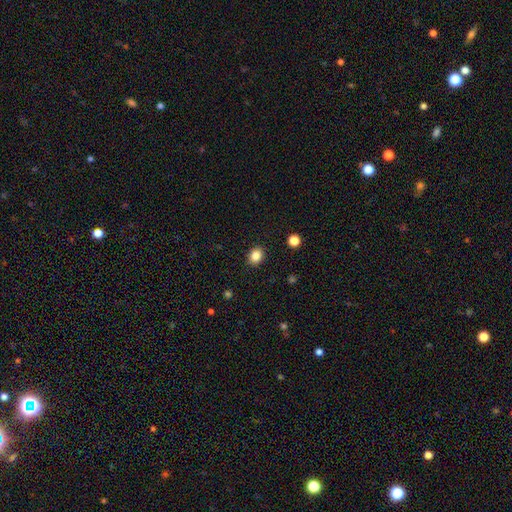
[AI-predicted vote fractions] Smooth or featured?
  - smooth: 85% *
  - star or artifact: 11%
  - featured or disk: 4%
How rounded?
  - round: 61% *
  - in between: 38%
  - cigar-shaped: 1%
Merging?
  - none: 90% *
  - minor disturbance: 7%
  - major disturbance: 2%
  - merger: 1%